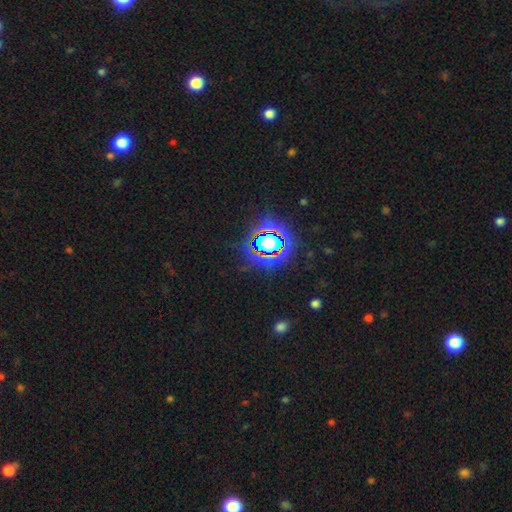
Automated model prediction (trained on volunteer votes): smooth_or_featured: star or artifact (p=0.84) [alt: smooth p=0.10]